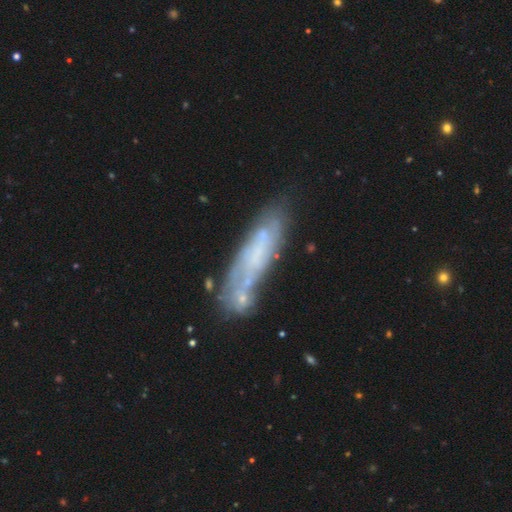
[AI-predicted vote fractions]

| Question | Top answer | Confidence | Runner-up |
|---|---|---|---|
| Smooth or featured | featured or disk | 52% | smooth (39%) |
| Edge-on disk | no | 64% | yes (36%) |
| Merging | none | 54% | minor disturbance (20%) |